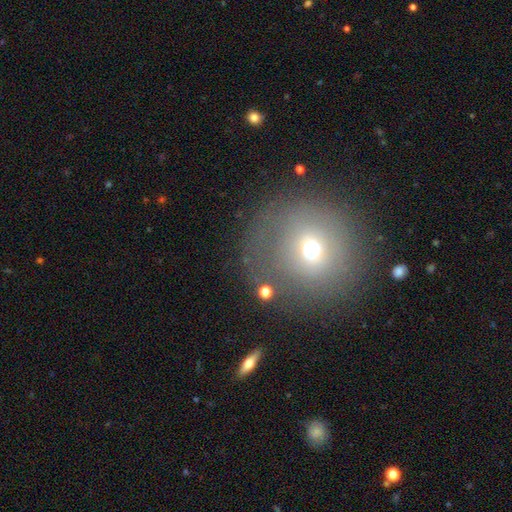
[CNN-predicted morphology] Smooth or featured? Predicted: smooth (p=0.58). How rounded? Predicted: round (p=0.92). Merging? Predicted: none (p=0.80).